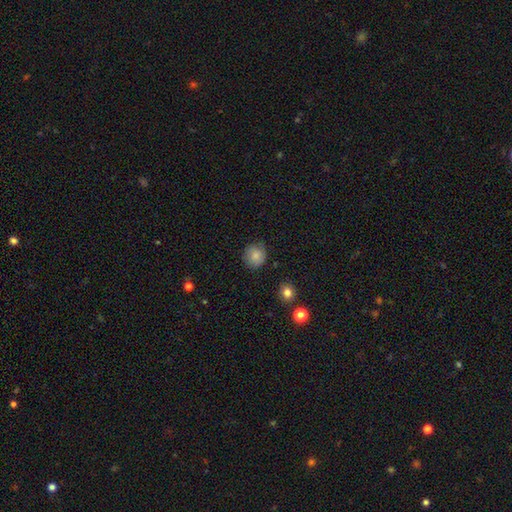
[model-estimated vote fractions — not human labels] Smooth or featured? Predicted: smooth (p=0.83). How rounded? Predicted: round (p=0.86). Merging? Predicted: none (p=0.80).